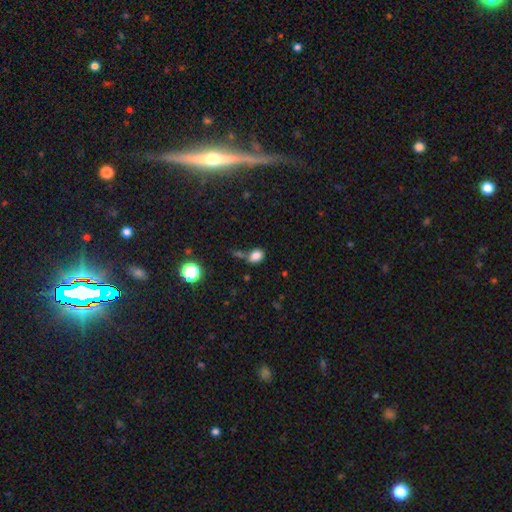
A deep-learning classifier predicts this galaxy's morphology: Smooth or featured: smooth — 83% (star or artifact — 12%)
How rounded: in between — 73% (round — 25%)
Merging: none — 54% (merger — 21%)